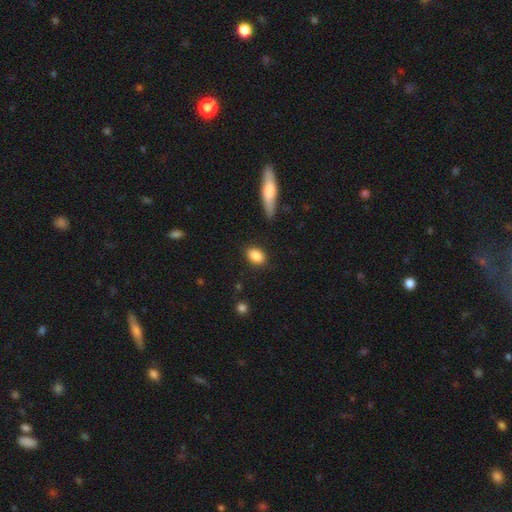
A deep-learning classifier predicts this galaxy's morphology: Smooth or featured? Predicted: smooth (p=0.88). How rounded? Predicted: in between (p=0.80). Merging? Predicted: none (p=0.85).